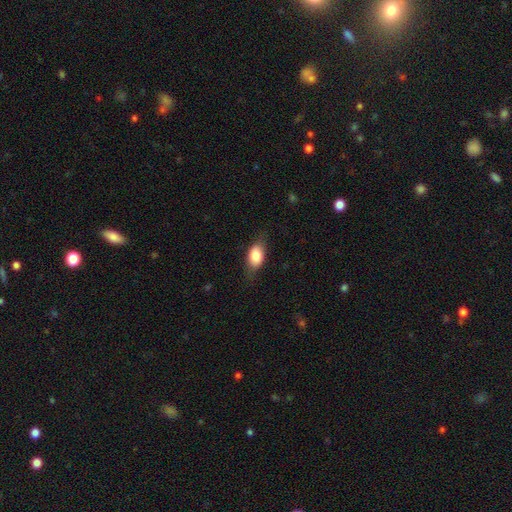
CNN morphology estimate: type=smooth (76%); roundness=in between (84%); merging=none (74%).